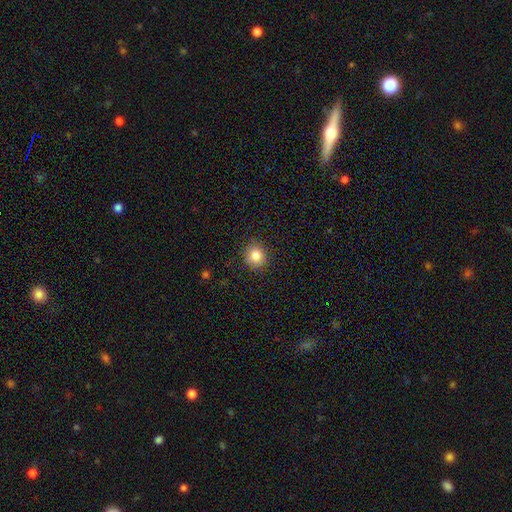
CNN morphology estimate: A smooth galaxy with no disk features (83%) that is round (83%).

Vote fractions:
- Smooth or featured? smooth: 83% / star or artifact: 10% / featured or disk: 7%
- How rounded? round: 83% / in between: 16% / cigar-shaped: 1%
- Merging? none: 88% / minor disturbance: 9% / major disturbance: 2% / merger: 1%